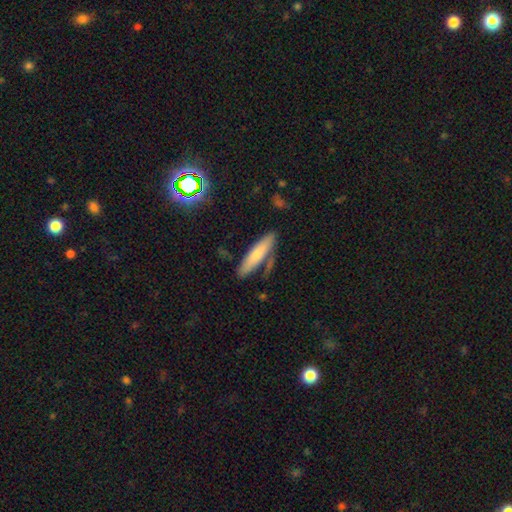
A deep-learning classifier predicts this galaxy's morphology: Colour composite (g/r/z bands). It shows a smooth galaxy with no disk features (67%) that is cigar-shaped (77%). Merging: none (72%).